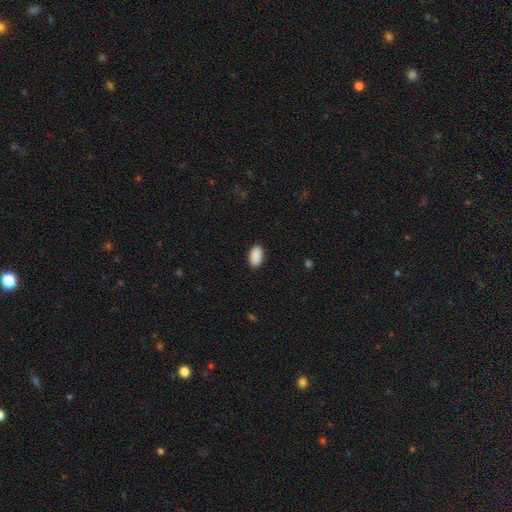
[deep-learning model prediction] Smooth or featured? Predicted: smooth (p=0.91). How rounded? Predicted: in between (p=0.95). Merging? Predicted: none (p=0.90).